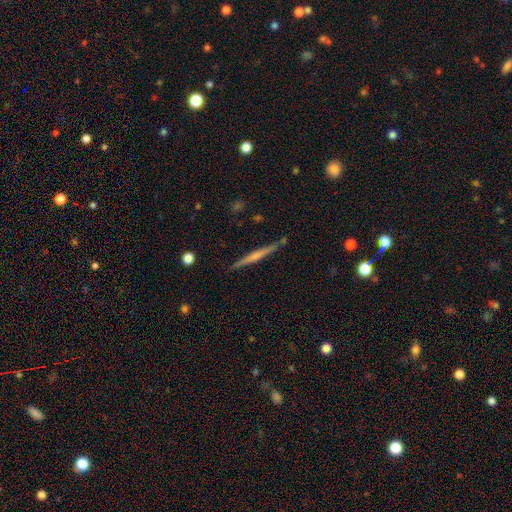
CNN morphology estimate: type=featured or disk (57%); edge-on=yes (98%); edge-on bulge=none (50%); merging=none (88%).